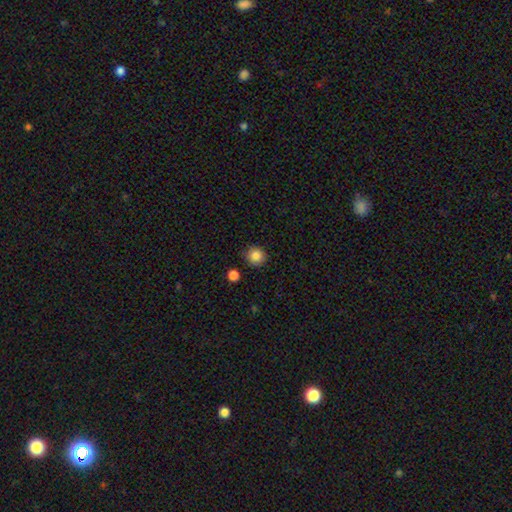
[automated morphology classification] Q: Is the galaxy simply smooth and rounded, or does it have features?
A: smooth — 85%.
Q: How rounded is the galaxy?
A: round — 93%.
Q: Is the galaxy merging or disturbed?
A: none — 88%.